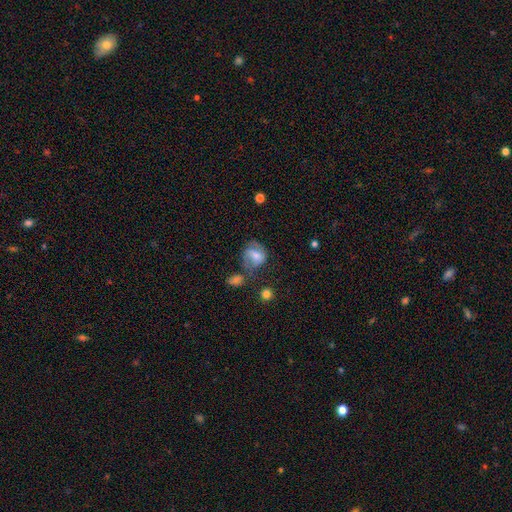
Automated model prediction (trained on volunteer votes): A smooth galaxy with no disk features (48%).

Vote fractions:
- Smooth or featured? smooth: 48% / featured or disk: 42% / star or artifact: 9%
- Merging? none: 45% / minor disturbance: 24% / major disturbance: 18% / merger: 13%